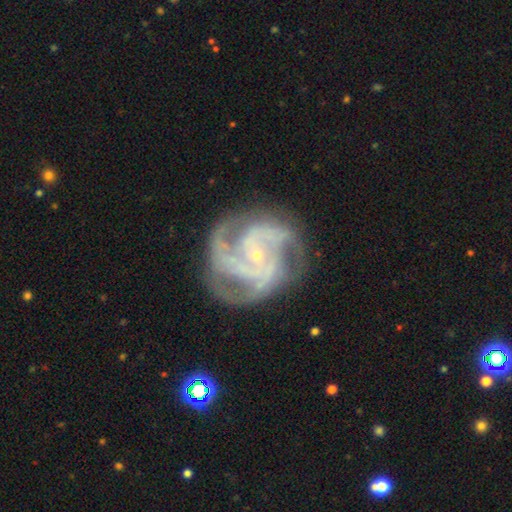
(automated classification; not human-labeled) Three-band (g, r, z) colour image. It shows a featured or disk galaxy (90%) with no bar (63%), 3 (47%) medium (46%, tied with tight) spiral arms (98%) and a small central bulge (84%). Merging: none (69%).